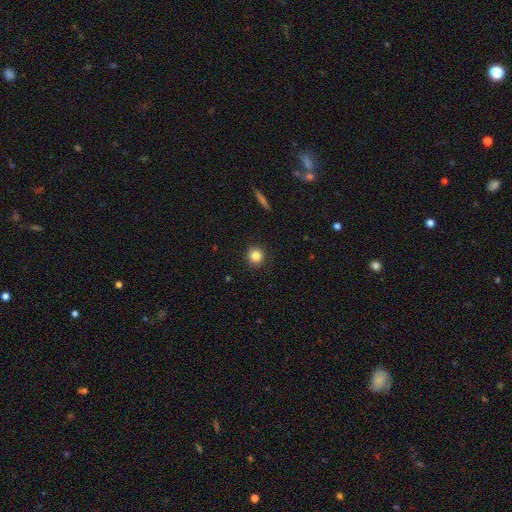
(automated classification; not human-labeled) Smooth or featured?
  - smooth: 84% *
  - star or artifact: 10%
  - featured or disk: 5%
How rounded?
  - round: 93% *
  - in between: 6%
  - cigar-shaped: 1%
Merging?
  - none: 92% *
  - minor disturbance: 6%
  - major disturbance: 2%
  - merger: 1%